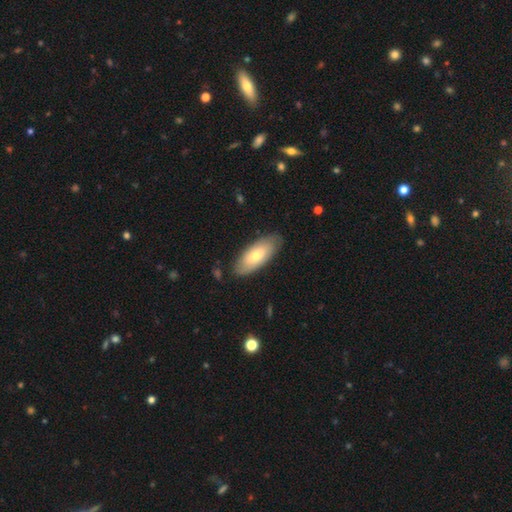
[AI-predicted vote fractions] smooth 69%, featured or disk 26%, star or artifact 5%. Down the decision tree: how rounded — in between (84%); merging — none (82%).